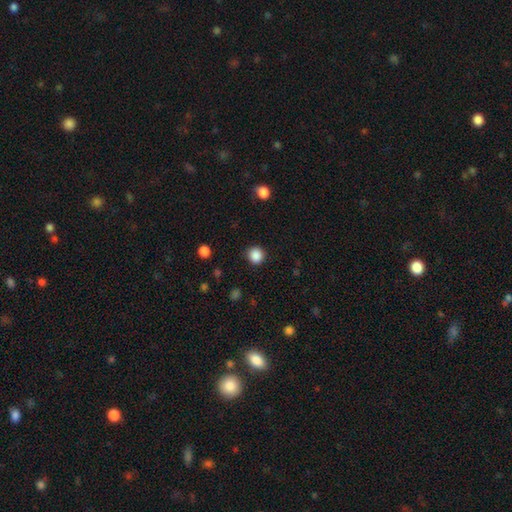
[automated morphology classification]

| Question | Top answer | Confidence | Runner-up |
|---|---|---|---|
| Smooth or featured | smooth | 87% | star or artifact (10%) |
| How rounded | round | 92% | in between (7%) |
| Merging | none | 90% | minor disturbance (6%) |